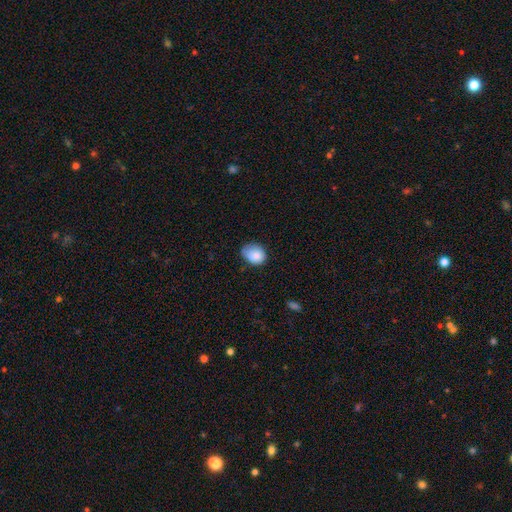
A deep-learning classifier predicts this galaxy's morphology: smooth-or-featured: smooth: 86% | star or artifact: 8% | featured or disk: 6%
  how-rounded: in between: 57% | round: 42% | cigar-shaped: 1%
  merging: none: 54% | minor disturbance: 36% | major disturbance: 8% | merger: 2%